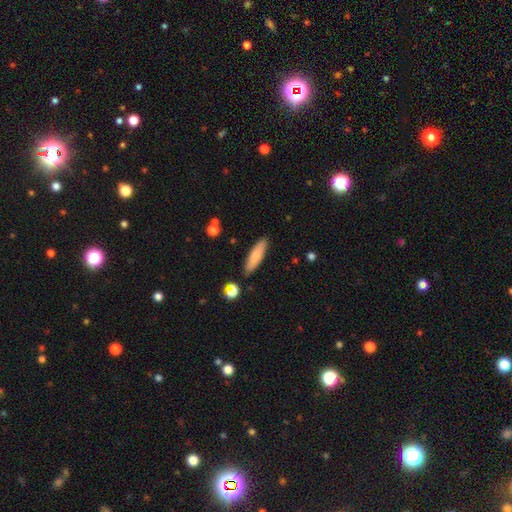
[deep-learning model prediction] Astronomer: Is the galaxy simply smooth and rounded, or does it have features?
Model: smooth — 80%.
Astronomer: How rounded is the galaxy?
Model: cigar-shaped — 66%.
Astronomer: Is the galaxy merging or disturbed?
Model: none — 87%.